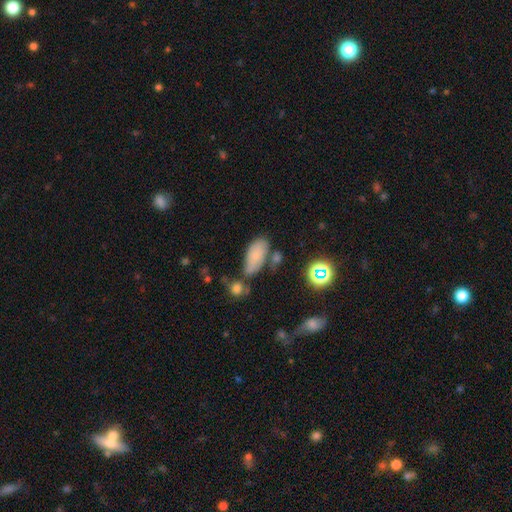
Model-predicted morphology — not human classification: This appears to be a smooth galaxy with no disk features (74%) that is in between round and cigar-shaped (90%). Merging: none (54%).